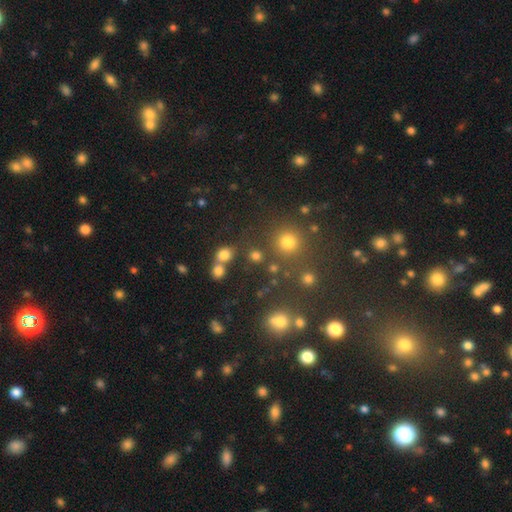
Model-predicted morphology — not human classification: Smooth or featured?
  - smooth: 75% *
  - star or artifact: 19%
  - featured or disk: 7%
How rounded?
  - round: 83% *
  - in between: 16%
  - cigar-shaped: 1%
Merging?
  - none: 69% *
  - merger: 17%
  - minor disturbance: 9%
  - major disturbance: 5%